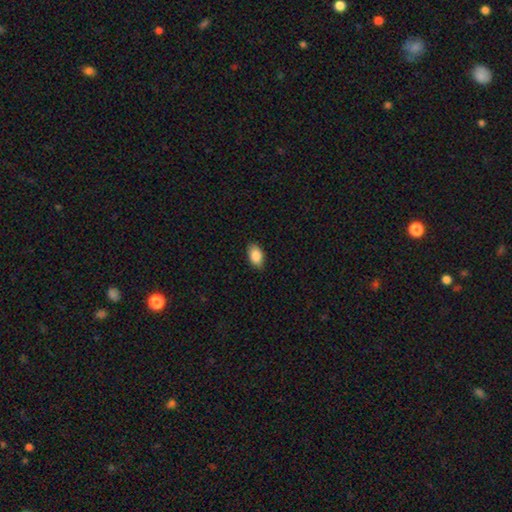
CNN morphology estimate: Smooth or featured?
  - smooth: 87% *
  - star or artifact: 7%
  - featured or disk: 6%
How rounded?
  - in between: 91% *
  - round: 7%
  - cigar-shaped: 2%
Merging?
  - none: 87% *
  - minor disturbance: 10%
  - major disturbance: 2%
  - merger: 1%